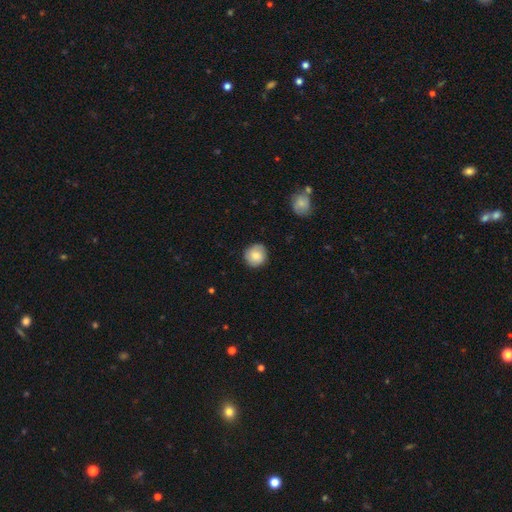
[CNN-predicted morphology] A smooth galaxy with no disk features (80%) that is round (93%). Merging: none (86%).